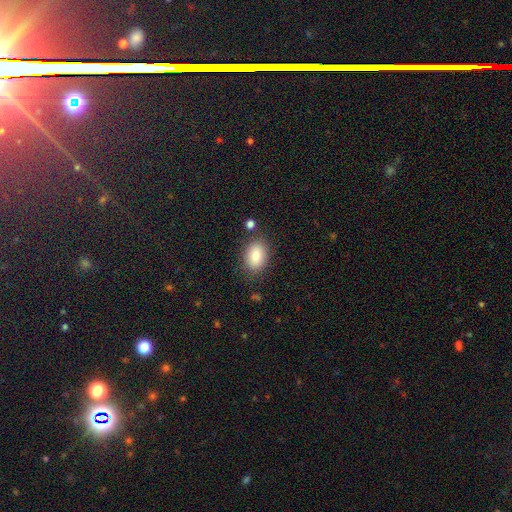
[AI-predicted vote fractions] This is clearly a smooth galaxy (83%). How rounded: likely in between (78%). Merging: clearly none (82%).